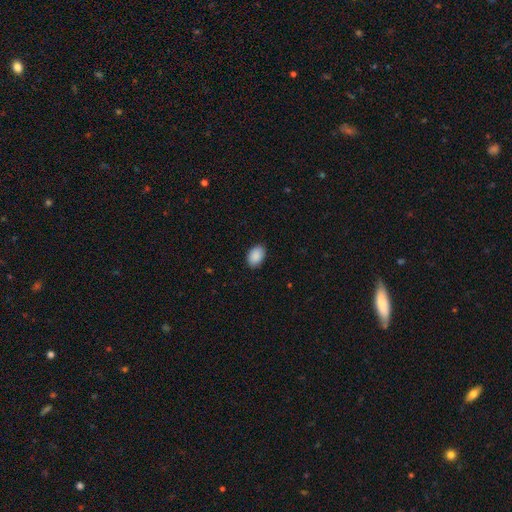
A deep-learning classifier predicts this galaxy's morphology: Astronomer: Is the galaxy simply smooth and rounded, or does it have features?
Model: smooth — 91%.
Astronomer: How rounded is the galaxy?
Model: in between — 87%.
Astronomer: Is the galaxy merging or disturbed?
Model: none — 89%.